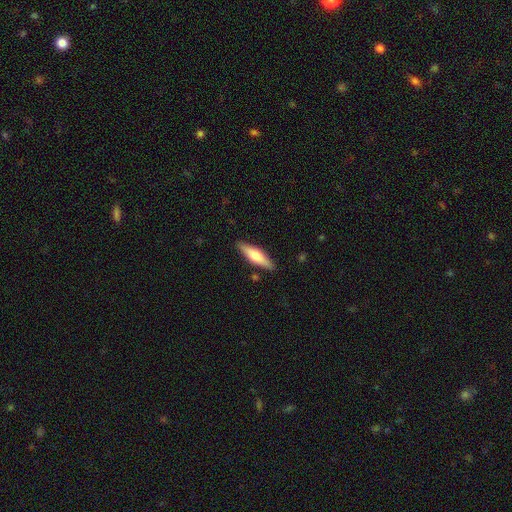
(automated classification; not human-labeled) smooth-or-featured: smooth: 53% | featured or disk: 41% | star or artifact: 6%
  how-rounded: cigar-shaped: 63% | in between: 35% | round: 2%
  merging: none: 87% | minor disturbance: 9% | major disturbance: 2% | merger: 2%